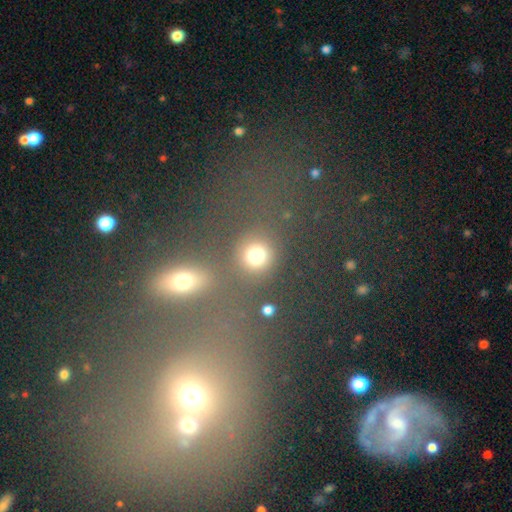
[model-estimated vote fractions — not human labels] A smooth galaxy with no disk features (74%) that is round (87%).

Vote fractions:
- Smooth or featured? smooth: 74% / star or artifact: 18% / featured or disk: 8%
- How rounded? round: 87% / in between: 12% / cigar-shaped: 1%
- Merging? none: 70% / merger: 14% / minor disturbance: 10% / major disturbance: 7%